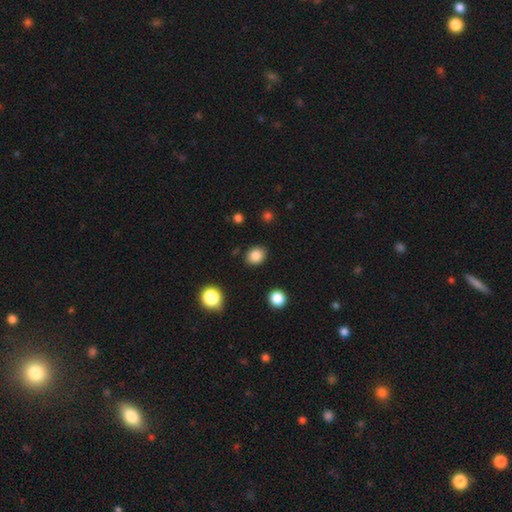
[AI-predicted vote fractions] The model was most divided on "how rounded": round: 53%, in between: 46%, cigar-shaped: 1%. More confident: merging — none (87%); smooth or featured — smooth (84%).